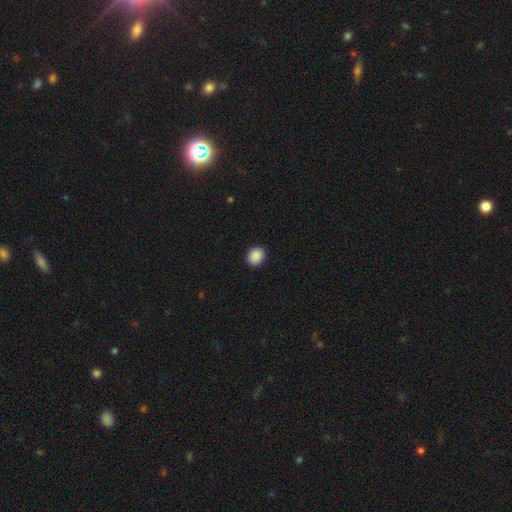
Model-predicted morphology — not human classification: smooth 89%, star or artifact 9%, featured or disk 2%. Down the decision tree: how rounded — round (73%); merging — none (91%).